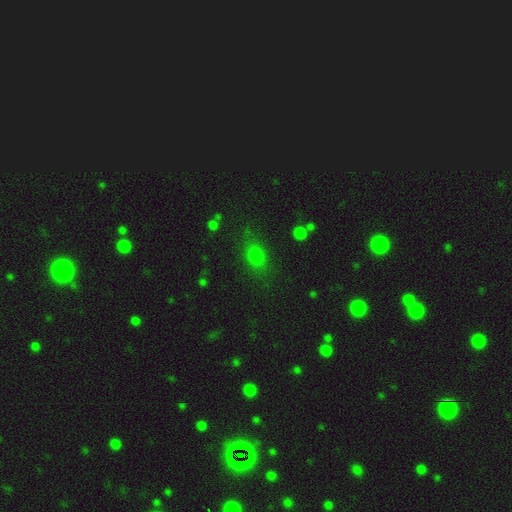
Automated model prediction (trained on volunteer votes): Smooth or featured? Predicted: smooth (p=0.76). How rounded? Predicted: in between (p=0.50). Merging? Predicted: none (p=0.76).